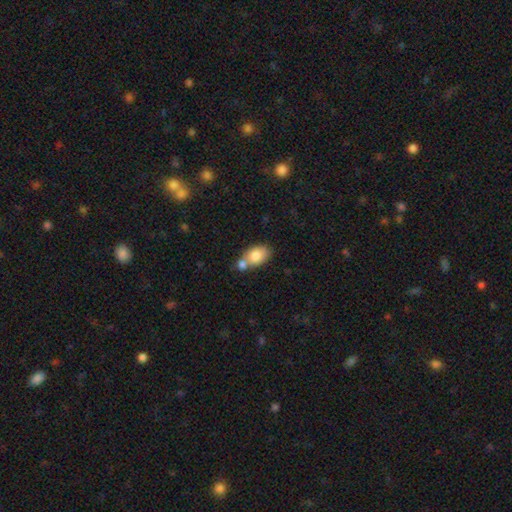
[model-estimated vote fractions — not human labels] A smooth galaxy with no disk features (80%) that is in between round and cigar-shaped (85%). Merging: none (42%, tied with merger).